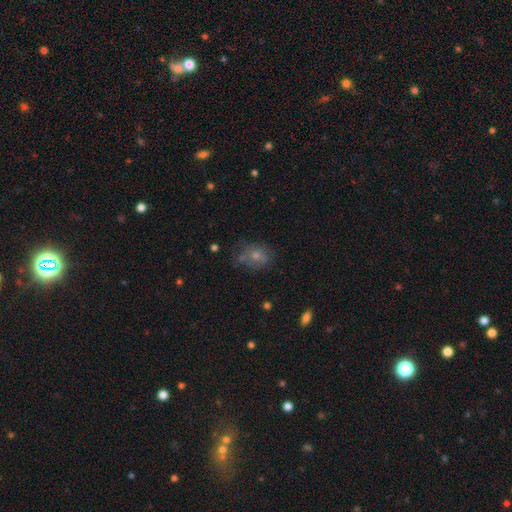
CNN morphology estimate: This is likely a smooth galaxy (63%). How rounded: possibly in between (51%). Merging: possibly none (56%).